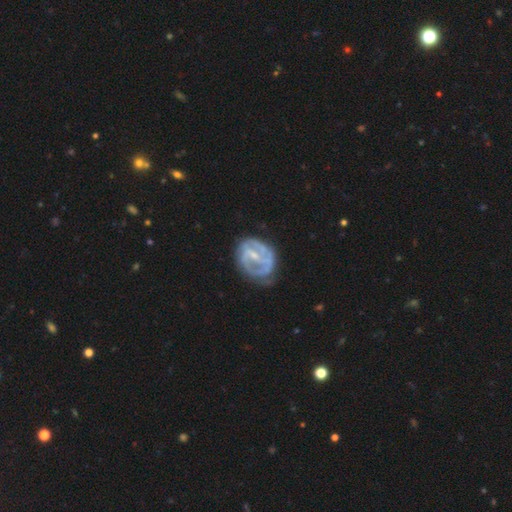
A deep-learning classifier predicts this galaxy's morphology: featured or disk 83%, smooth 12%, star or artifact 6%. Down the decision tree: edge-on disk — no (97%); bar — strong (45%); spiral arms — yes (86%); spiral arm count — 2 (66%); spiral winding — tight (47%); bulge size — small (66%); merging — none (58%).